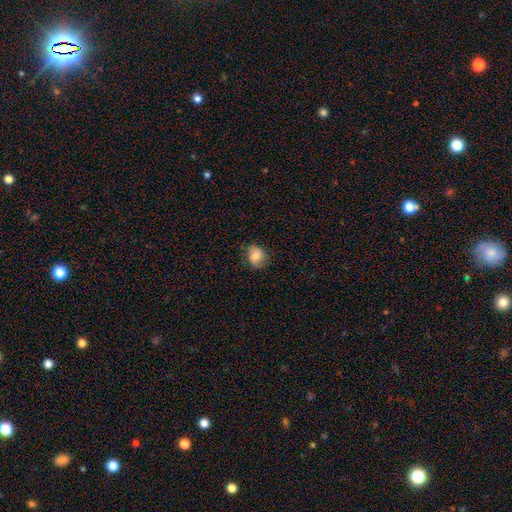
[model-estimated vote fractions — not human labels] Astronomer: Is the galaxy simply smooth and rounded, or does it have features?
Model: smooth — 76%.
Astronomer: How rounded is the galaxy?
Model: round — 56% (runner-up: in between, 43%).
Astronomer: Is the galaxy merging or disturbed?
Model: none — 72%.